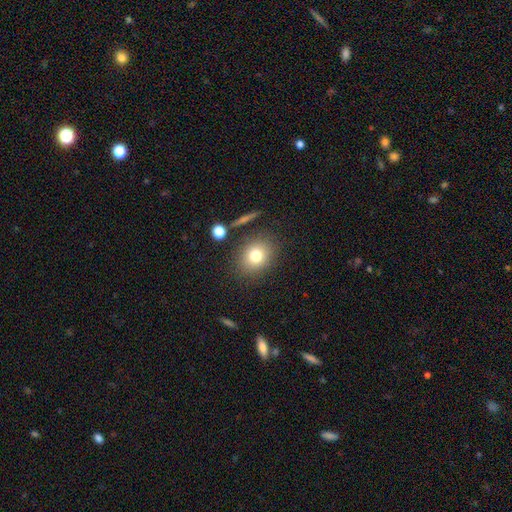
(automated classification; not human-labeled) Smooth or featured?
  - smooth: 77% *
  - star or artifact: 12%
  - featured or disk: 11%
How rounded?
  - round: 59% *
  - in between: 39%
  - cigar-shaped: 1%
Merging?
  - none: 82% *
  - minor disturbance: 10%
  - major disturbance: 4%
  - merger: 4%